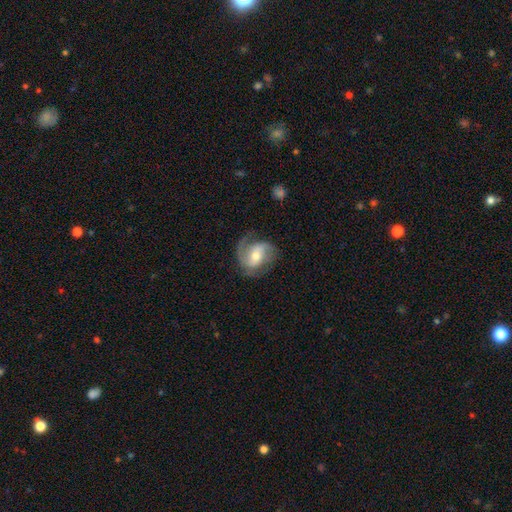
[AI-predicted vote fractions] Smooth or featured: featured or disk — 77% (smooth — 17%)
Edge-on disk: no — 97% (yes — 3%)
Bar: weak — 41% (tied with no — 41%)
Spiral arms: yes — 94% (no — 6%)
Spiral winding: medium — 48% (loose — 31%)
Spiral arm count: 2 — 70% (1 — 13%)
Bulge size: moderate — 62% (small — 31%)
Merging: none — 62% (minor disturbance — 22%)